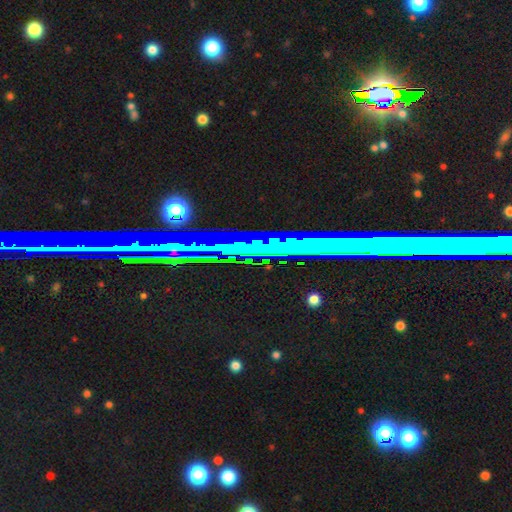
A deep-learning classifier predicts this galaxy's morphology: Smooth or featured? Predicted: star or artifact (p=0.60).